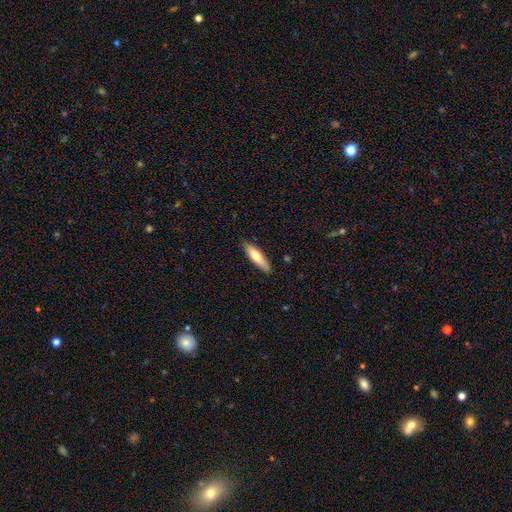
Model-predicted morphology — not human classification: A smooth galaxy with no disk features (69%) that is cigar-shaped (64%).

Vote fractions:
- Smooth or featured? smooth: 69% / featured or disk: 26% / star or artifact: 6%
- How rounded? cigar-shaped: 64% / in between: 34% / round: 2%
- Merging? none: 86% / minor disturbance: 11% / major disturbance: 2% / merger: 1%